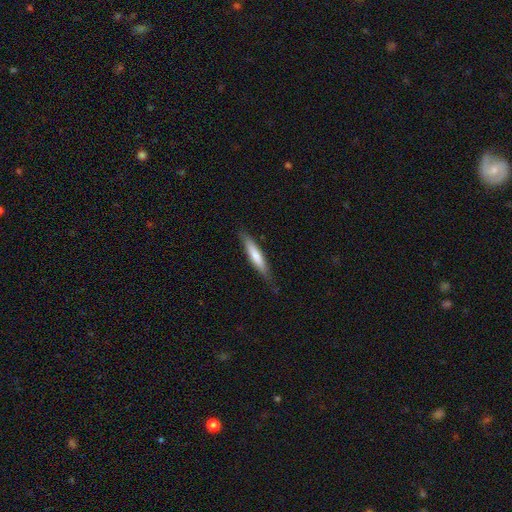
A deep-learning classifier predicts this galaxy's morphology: Overall: smooth (65%; featured or disk 30%). How rounded: cigar-shaped (88%). Merging: none (81%).